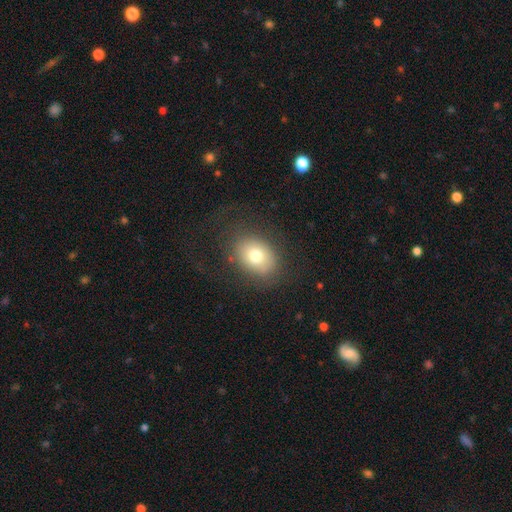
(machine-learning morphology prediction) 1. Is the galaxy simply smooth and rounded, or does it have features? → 75% smooth, 15% featured or disk, 10% star or artifact.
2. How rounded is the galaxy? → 64% in between, 35% round, 1% cigar-shaped.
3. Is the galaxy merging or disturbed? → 77% none, 13% minor disturbance, 9% major disturbance, 1% merger.